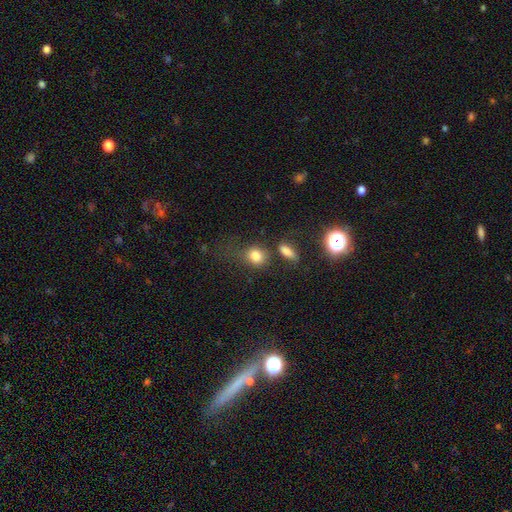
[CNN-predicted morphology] A smooth galaxy with no disk features (81%) that is round (62%).

Vote fractions:
- Smooth or featured? smooth: 81% / star or artifact: 12% / featured or disk: 7%
- How rounded? round: 62% / in between: 36% / cigar-shaped: 3%
- Merging? none: 54% / minor disturbance: 19% / merger: 16% / major disturbance: 12%